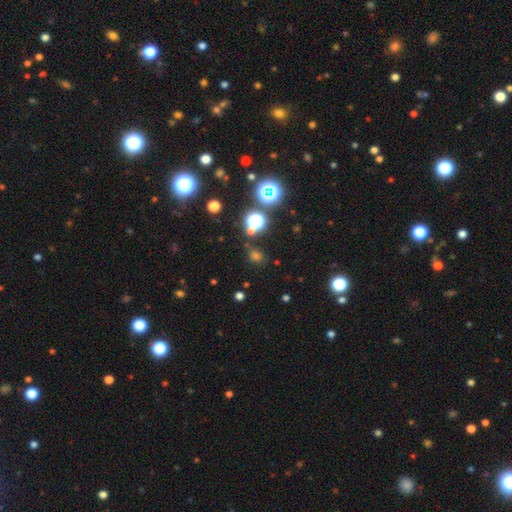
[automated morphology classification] Smooth or featured?
  - smooth: 51% *
  - star or artifact: 42%
  - featured or disk: 7%
How rounded?
  - round: 72% *
  - in between: 26%
  - cigar-shaped: 2%
Merging?
  - none: 76% *
  - minor disturbance: 13%
  - merger: 6%
  - major disturbance: 6%